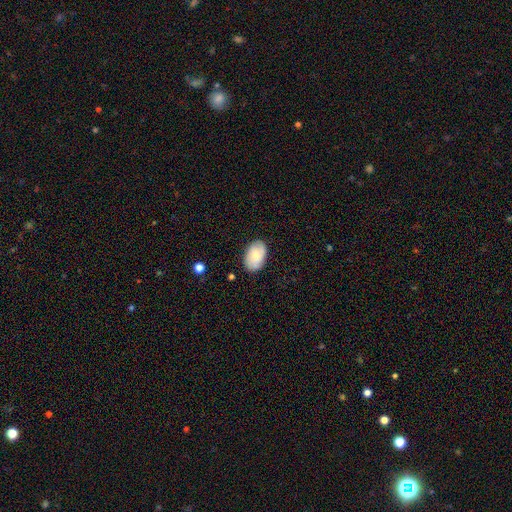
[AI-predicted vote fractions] Overall: smooth (72%). How rounded: in between (90%). Merging: none (83%).